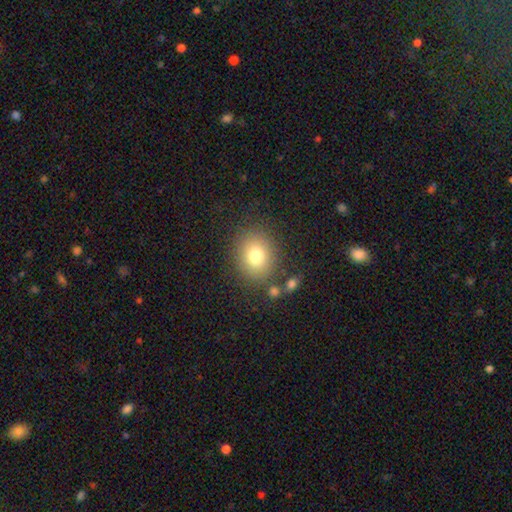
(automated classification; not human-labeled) smooth 77%, star or artifact 12%, featured or disk 11%. Down the decision tree: how rounded — round (67%); merging — none (80%).